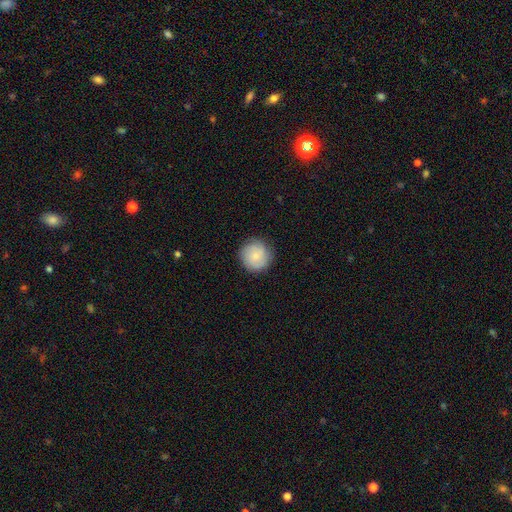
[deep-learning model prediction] Overall: smooth (72%). How rounded: round (94%). Merging: none (85%).